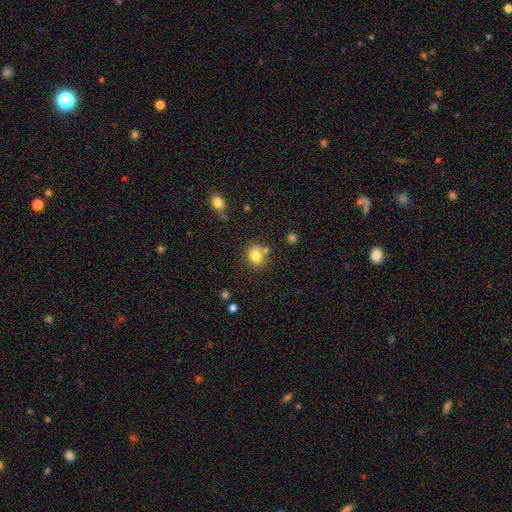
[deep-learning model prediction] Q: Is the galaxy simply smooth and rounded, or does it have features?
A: smooth — 79%.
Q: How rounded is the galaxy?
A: round — 61%.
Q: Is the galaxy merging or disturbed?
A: none — 64%.